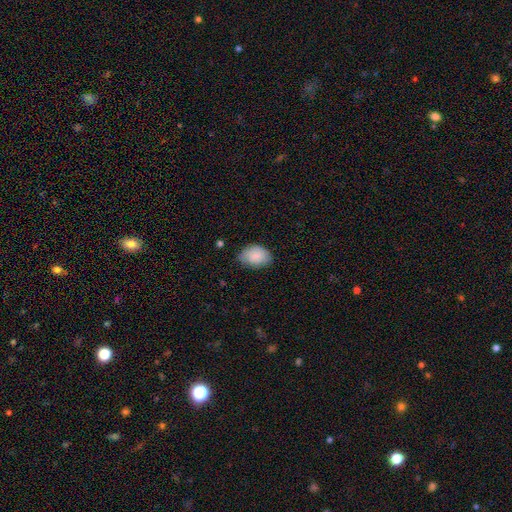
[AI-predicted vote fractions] The model was most divided on "merging": none: 65%, minor disturbance: 29%, major disturbance: 5%, merger: 1%. More confident: smooth or featured — smooth (86%); how rounded — in between (79%).